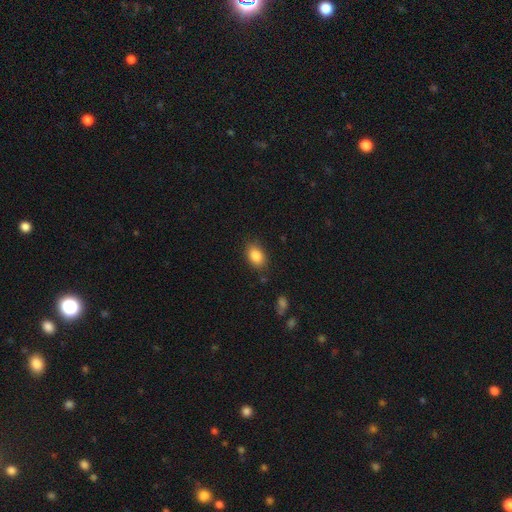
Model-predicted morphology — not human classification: A smooth galaxy with no disk features (86%) that is in between round and cigar-shaped (84%).

Vote fractions:
- Smooth or featured? smooth: 86% / star or artifact: 8% / featured or disk: 5%
- How rounded? in between: 84% / round: 14% / cigar-shaped: 1%
- Merging? none: 83% / minor disturbance: 12% / major disturbance: 3% / merger: 2%